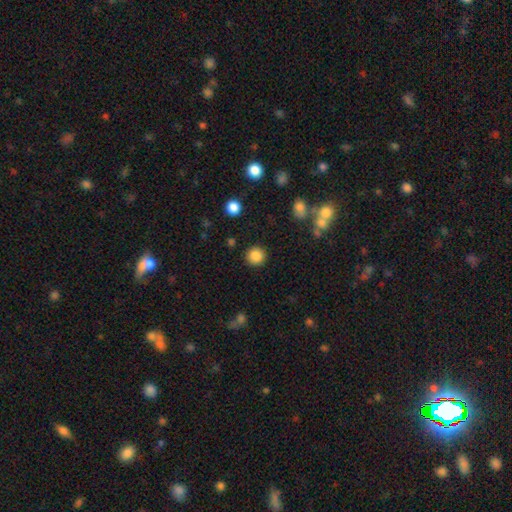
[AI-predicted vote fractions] Smooth or featured? smooth (85%)
How rounded? round (93%)
Merging? none (90%)